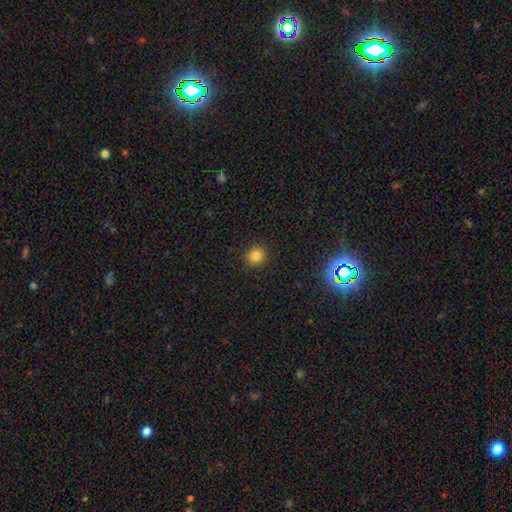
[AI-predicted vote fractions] Smooth or featured?
  - smooth: 82% *
  - star or artifact: 13%
  - featured or disk: 5%
How rounded?
  - round: 90% *
  - in between: 9%
  - cigar-shaped: 1%
Merging?
  - none: 90% *
  - minor disturbance: 6%
  - major disturbance: 2%
  - merger: 1%